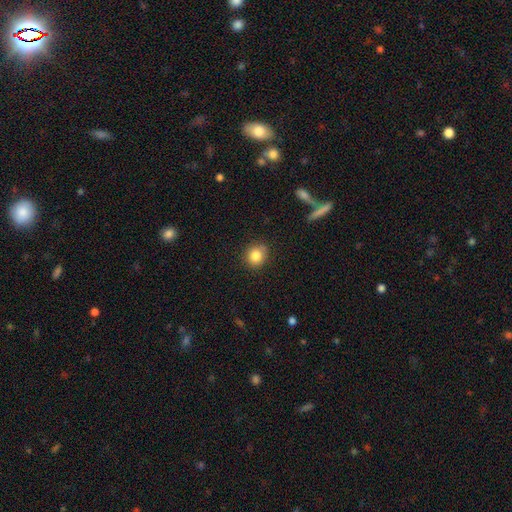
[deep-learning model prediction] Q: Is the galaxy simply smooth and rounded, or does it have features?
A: smooth — 84%.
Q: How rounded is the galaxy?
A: round — 83%.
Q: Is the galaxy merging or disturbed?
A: none — 84%.